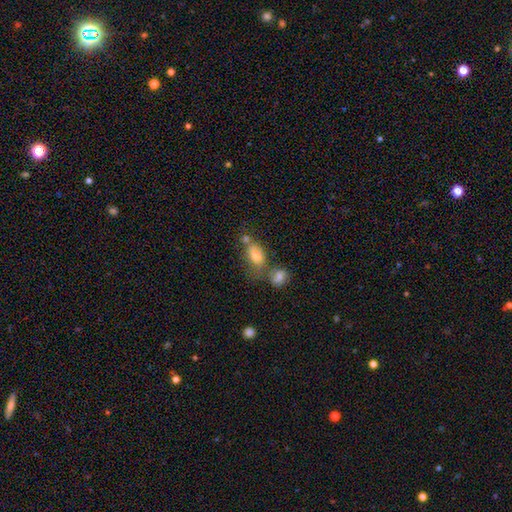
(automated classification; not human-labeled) Smooth or featured? smooth (75%)
How rounded? in between (85%)
Merging? none (40%)